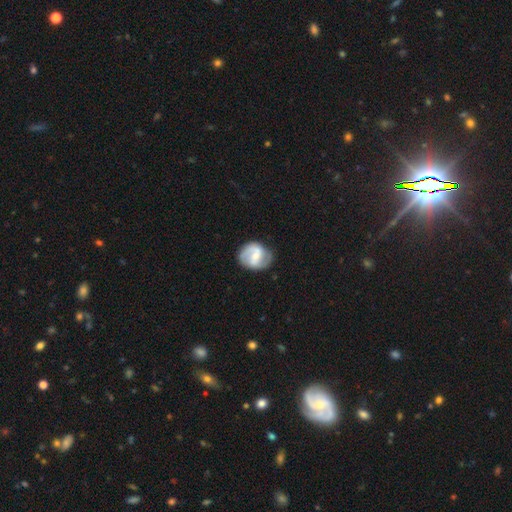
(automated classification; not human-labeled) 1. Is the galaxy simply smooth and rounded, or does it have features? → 79% featured or disk, 17% smooth, 5% star or artifact.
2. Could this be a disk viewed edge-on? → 98% no, 2% yes.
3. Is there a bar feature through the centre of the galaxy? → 49% weak, 29% strong, 22% no.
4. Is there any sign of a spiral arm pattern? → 92% yes, 8% no.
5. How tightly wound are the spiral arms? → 50% medium, 28% tight, 23% loose.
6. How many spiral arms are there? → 87% 2, 6% can't tell, 3% 1, 2% 3, 1% 4, 1% more than 4.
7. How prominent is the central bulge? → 50% small, 41% moderate, 5% none, 3% large, 1% dominant.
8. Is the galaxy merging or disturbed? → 77% none, 16% minor disturbance, 5% major disturbance, 2% merger.